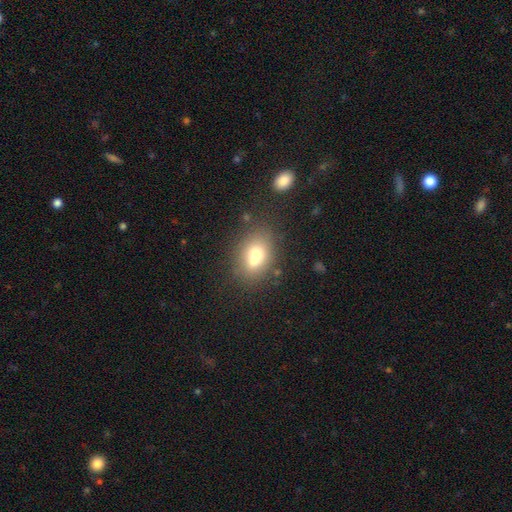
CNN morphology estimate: Q: Smooth or featured?
A: smooth (69%); runner-up: featured or disk (20%)
Q: How rounded?
A: in between (68%); runner-up: round (31%)
Q: Merging?
A: none (49%); runner-up: merger (31%)